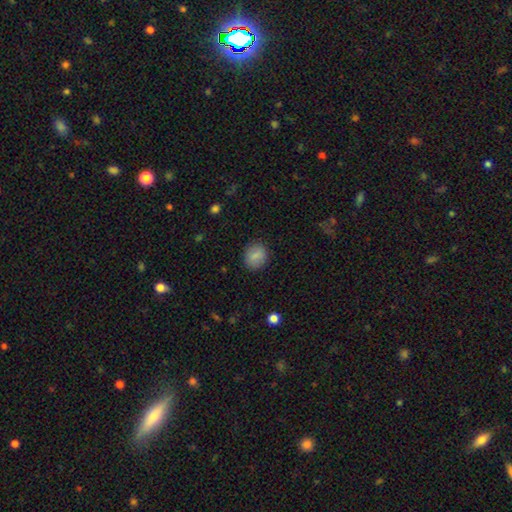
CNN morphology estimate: smooth_or_featured: smooth (p=0.83) [alt: featured or disk p=0.08]
how_rounded: round (p=0.71) [alt: in between p=0.28]
merging: none (p=0.87) [alt: minor disturbance p=0.09]